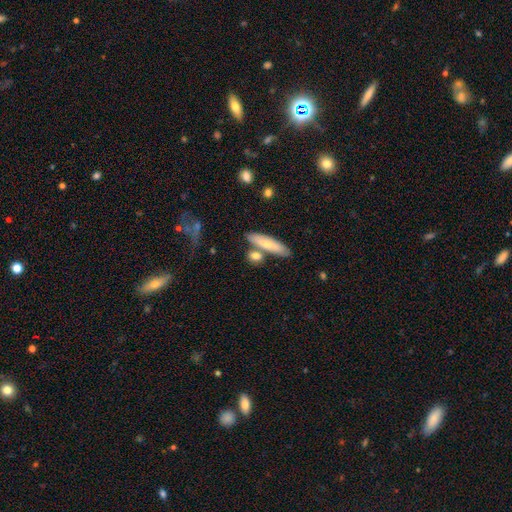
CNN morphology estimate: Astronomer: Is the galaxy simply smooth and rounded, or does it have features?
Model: smooth — 73%.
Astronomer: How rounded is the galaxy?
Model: cigar-shaped — 50% (runner-up: in between, 34%).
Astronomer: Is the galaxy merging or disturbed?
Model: none — 64%.